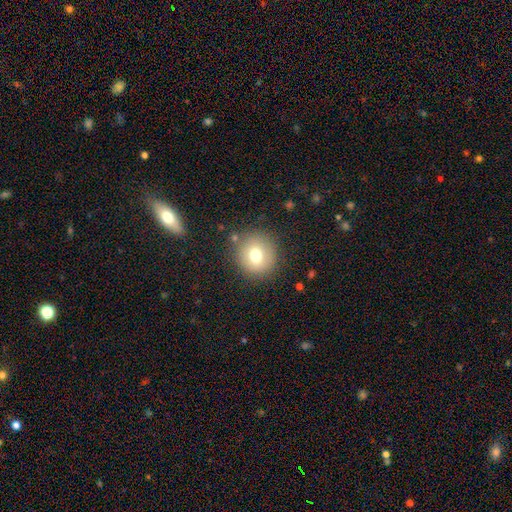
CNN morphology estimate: A smooth galaxy with no disk features (71%) that is round (90%).

Vote fractions:
- Smooth or featured? smooth: 71% / featured or disk: 17% / star or artifact: 12%
- How rounded? round: 90% / in between: 9% / cigar-shaped: 1%
- Merging? none: 84% / minor disturbance: 10% / major disturbance: 4% / merger: 2%